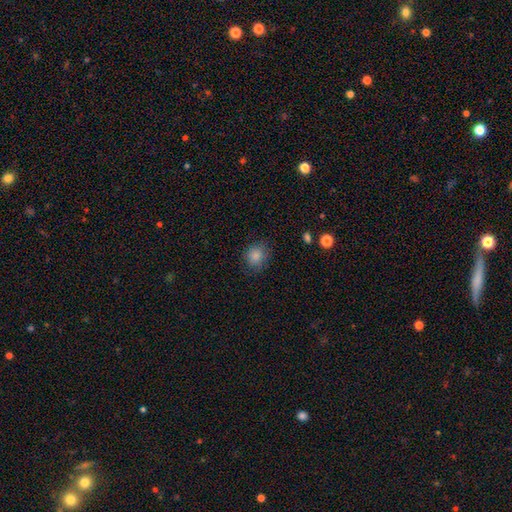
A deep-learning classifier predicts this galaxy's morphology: The model was most divided on "how rounded": round: 74%, in between: 25%, cigar-shaped: 1%. More confident: smooth or featured — smooth (85%); merging — none (79%).